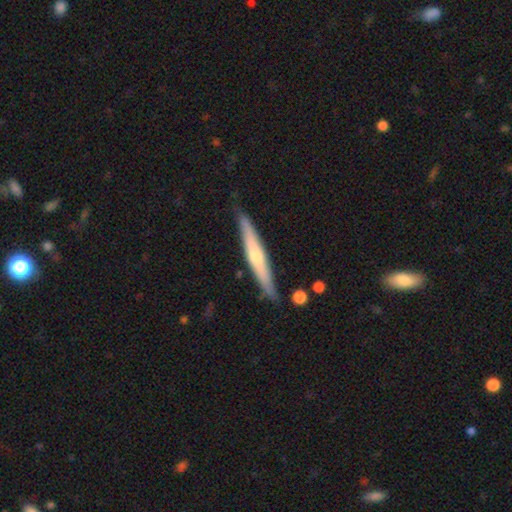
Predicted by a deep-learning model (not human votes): A featured or disk galaxy (63%) viewed edge-on (95%) with a rounded central bulge (75%).

Vote fractions:
- Smooth or featured? featured or disk: 63% / smooth: 31% / star or artifact: 6%
- Edge-on disk? yes: 95% / no: 5%
- Edge-on bulge? rounded: 75% / none: 20% / boxy: 6%
- Merging? none: 84% / minor disturbance: 12% / merger: 2% / major disturbance: 2%